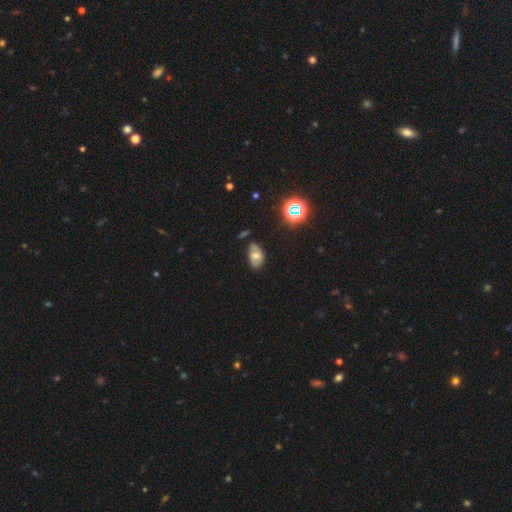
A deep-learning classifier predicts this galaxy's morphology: type=smooth (60%); roundness=in between (89%); merging=none (56%).